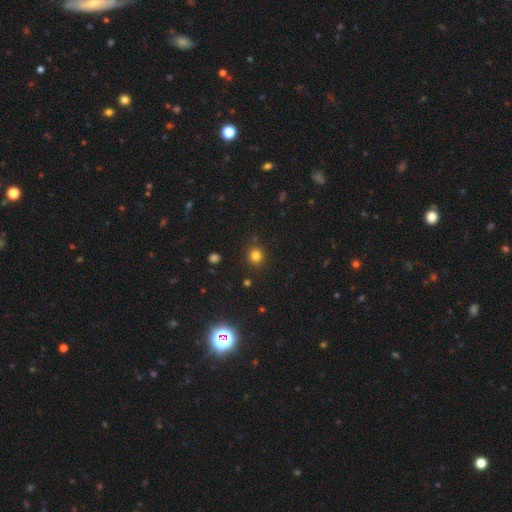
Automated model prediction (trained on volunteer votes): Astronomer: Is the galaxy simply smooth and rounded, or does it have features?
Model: smooth — 79%.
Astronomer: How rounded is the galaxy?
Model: round — 87%.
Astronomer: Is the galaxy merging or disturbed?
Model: none — 88%.